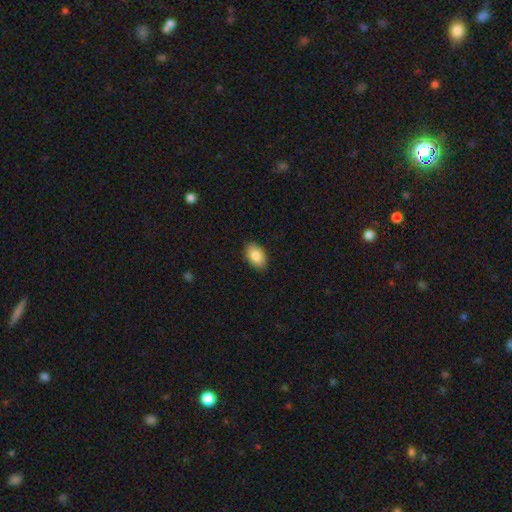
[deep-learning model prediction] Morphology: type=smooth (86%); roundness=in between (92%); merging=none (88%).